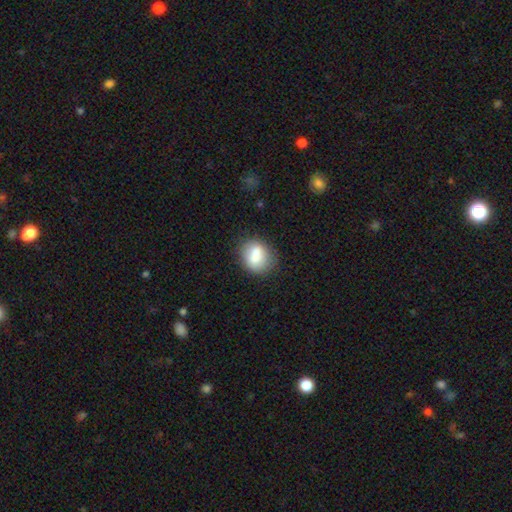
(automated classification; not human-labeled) The model was most divided on "how rounded": round: 57%, in between: 41%, cigar-shaped: 2%. More confident: smooth or featured — smooth (78%); merging — none (67%).